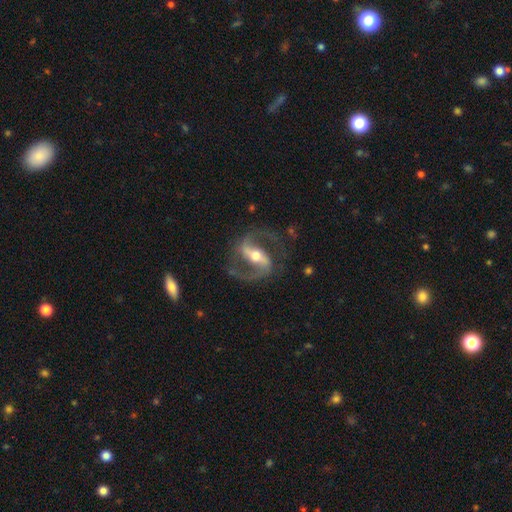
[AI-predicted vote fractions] Morphology: type=featured or disk (91%); edge-on=no (96%); bar=strong (61%); spiral arms=yes (97%); winding=medium (59%); arm count=2 (93%); bulge=moderate (66%); merging=none (77%).